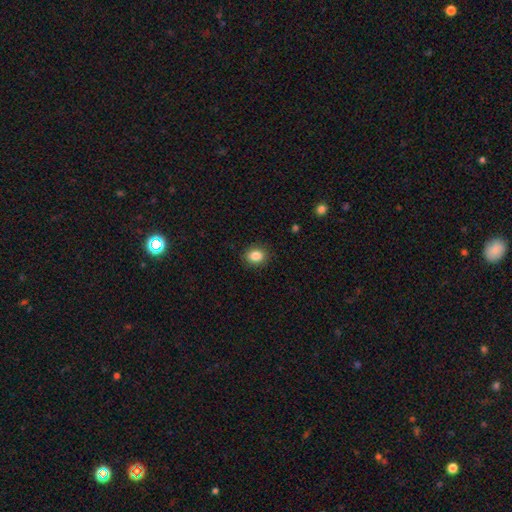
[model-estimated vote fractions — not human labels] Morphology: type=smooth (85%); roundness=round (52%); merging=none (89%).